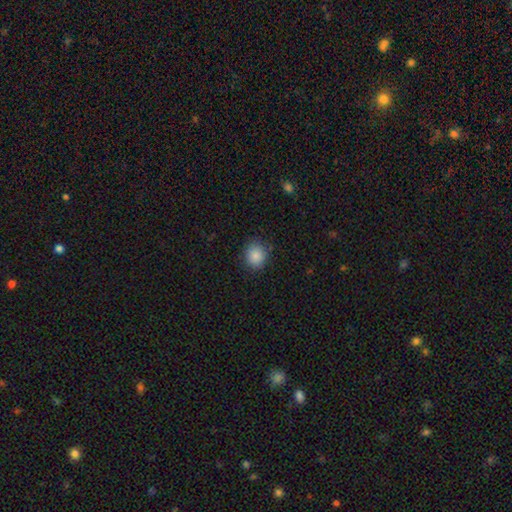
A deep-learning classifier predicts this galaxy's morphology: A smooth galaxy with no disk features (86%) that is round (75%).

Vote fractions:
- Smooth or featured? smooth: 86% / star or artifact: 10% / featured or disk: 4%
- How rounded? round: 75% / in between: 24% / cigar-shaped: 1%
- Merging? none: 85% / minor disturbance: 11% / major disturbance: 3% / merger: 1%